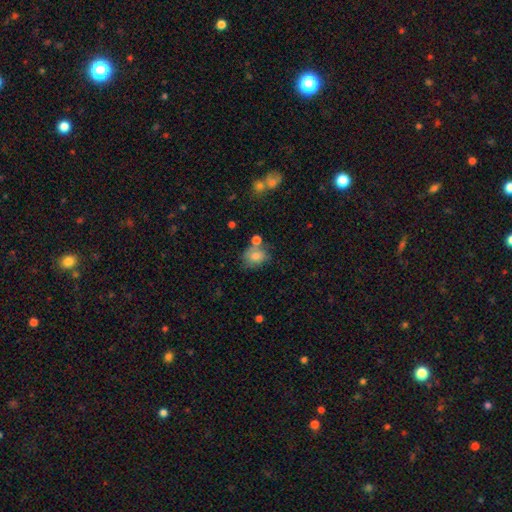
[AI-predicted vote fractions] This appears to be a smooth galaxy with no disk features (73%) that is in between round and cigar-shaped (55%). Merging: none (45%).